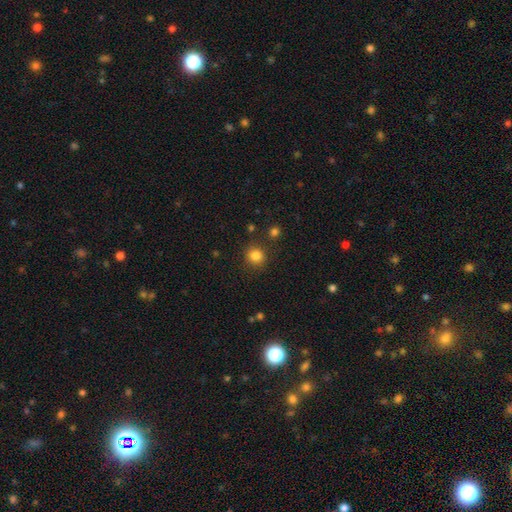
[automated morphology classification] This is clearly a smooth galaxy (83%). How rounded: clearly round (90%). Merging: clearly none (87%).